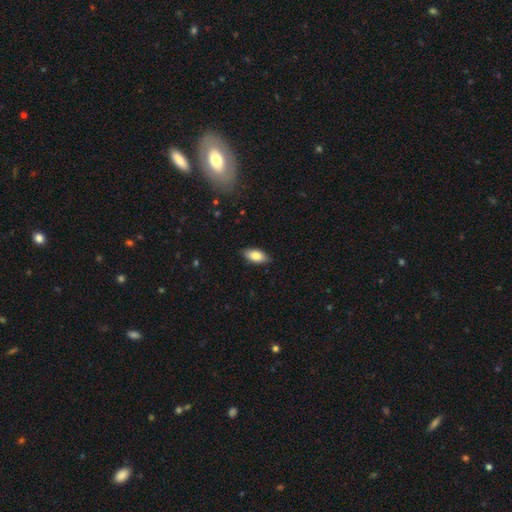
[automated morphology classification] This is clearly a smooth galaxy (81%). How rounded: clearly in between (89%). Merging: clearly none (87%).